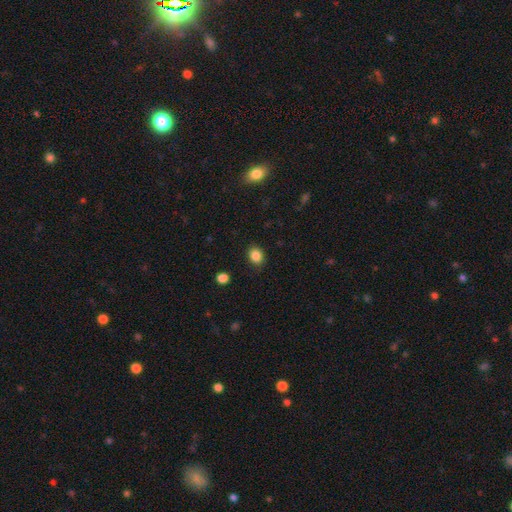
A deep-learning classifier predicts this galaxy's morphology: Smooth or featured?
  - smooth: 85% *
  - star or artifact: 10%
  - featured or disk: 4%
How rounded?
  - round: 52% *
  - in between: 47%
  - cigar-shaped: 1%
Merging?
  - none: 88% *
  - minor disturbance: 9%
  - major disturbance: 2%
  - merger: 1%